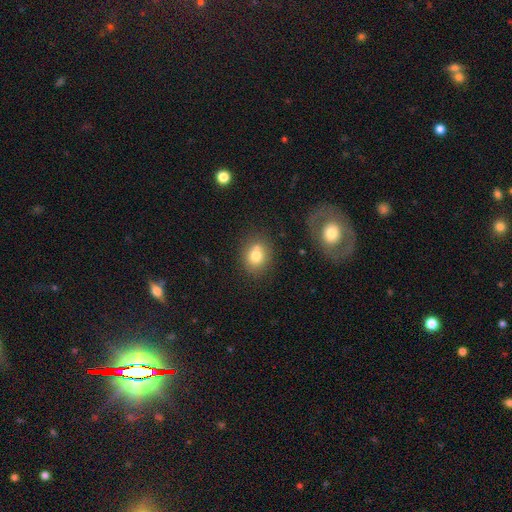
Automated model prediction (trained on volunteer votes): This appears to be a smooth galaxy with no disk features (75%) that is round (62%). Merging: none (62%).